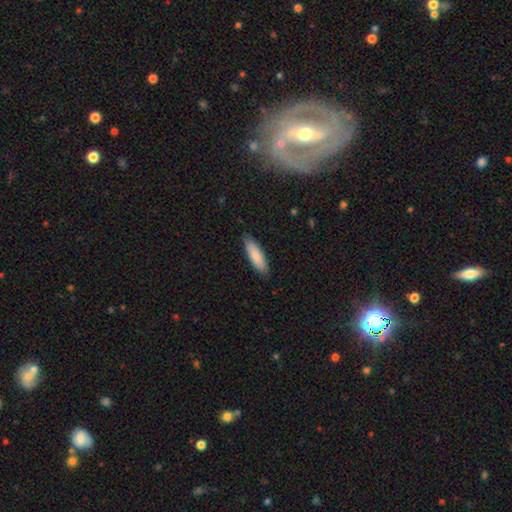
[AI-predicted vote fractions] A smooth galaxy with no disk features (86%) that is cigar-shaped (53%). Merging: none (86%).